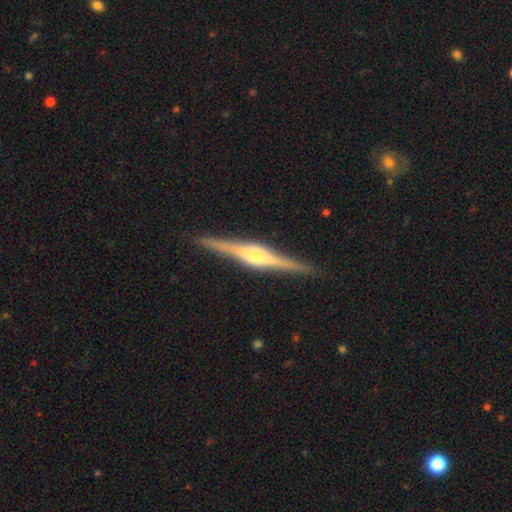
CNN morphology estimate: A featured or disk galaxy (83%) viewed edge-on (98%) with a rounded central bulge (81%).

Vote fractions:
- Smooth or featured? featured or disk: 83% / smooth: 12% / star or artifact: 5%
- Edge-on disk? yes: 98% / no: 2%
- Edge-on bulge? rounded: 81% / boxy: 15% / none: 4%
- Merging? none: 90% / minor disturbance: 8% / major disturbance: 1% / merger: 1%